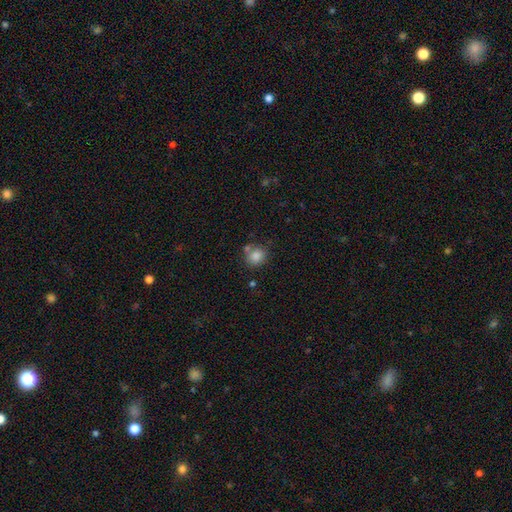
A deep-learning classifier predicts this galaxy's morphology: The model was most divided on "merging": none: 63%, merger: 18%, minor disturbance: 14%, major disturbance: 5%. More confident: smooth or featured — smooth (84%); how rounded — round (79%).